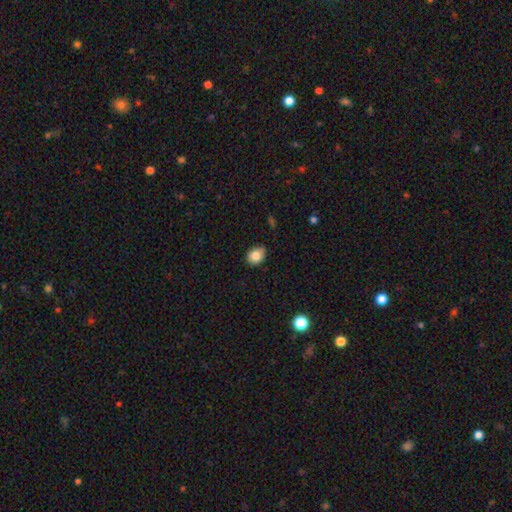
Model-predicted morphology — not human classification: Smooth or featured? Predicted: smooth (p=0.84). How rounded? Predicted: in between (p=0.52). Merging? Predicted: none (p=0.73).